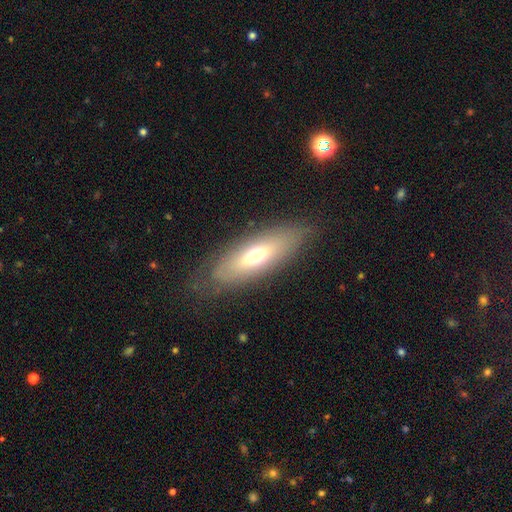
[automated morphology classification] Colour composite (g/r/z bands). It shows a smooth galaxy with no disk features (57%) that is in between round and cigar-shaped (61%). Merging: none (79%).